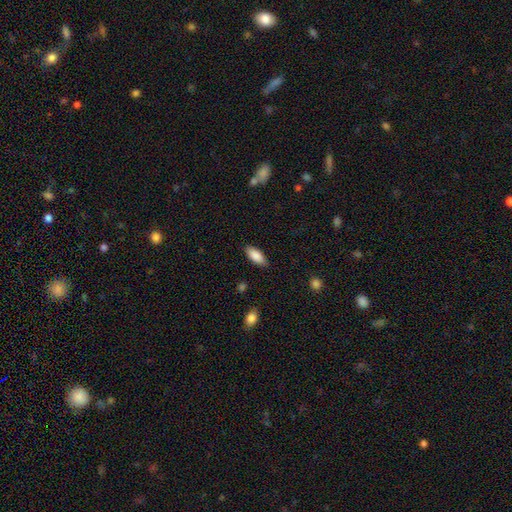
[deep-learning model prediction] The model was most divided on "how rounded": in between: 83%, cigar-shaped: 15%, round: 2%. More confident: smooth or featured — smooth (87%); merging — none (85%).